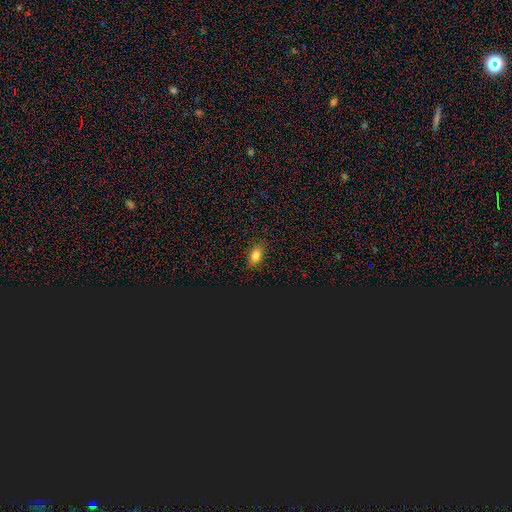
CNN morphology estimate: Q: Smooth or featured?
A: smooth (77%); runner-up: star or artifact (16%)
Q: How rounded?
A: in between (83%); runner-up: round (13%)
Q: Merging?
A: none (85%); runner-up: minor disturbance (11%)